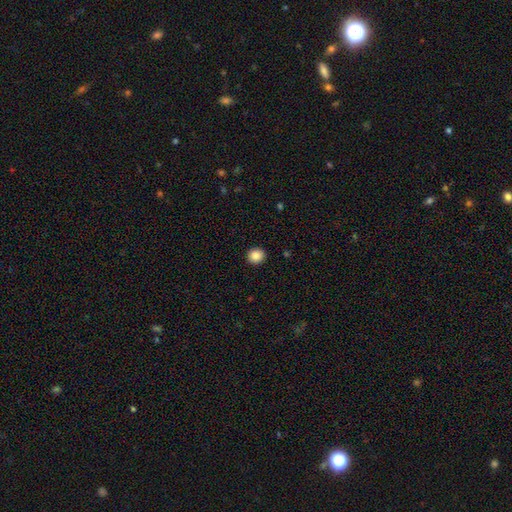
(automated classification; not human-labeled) The model was most divided on "how rounded": round: 86%, in between: 13%, cigar-shaped: 1%. More confident: merging — none (93%); smooth or featured — smooth (86%).